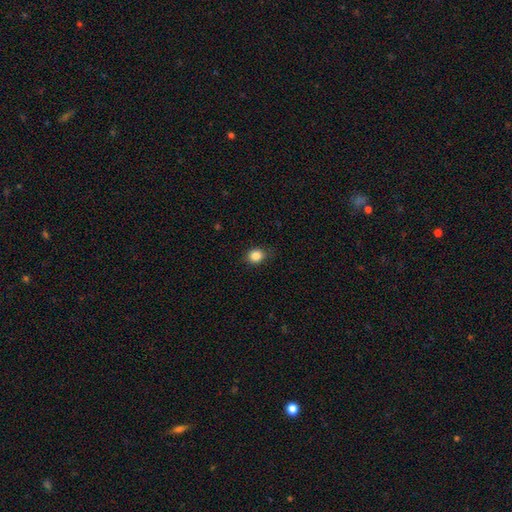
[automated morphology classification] A smooth galaxy with no disk features (85%) that is round (73%). Merging: none (84%).